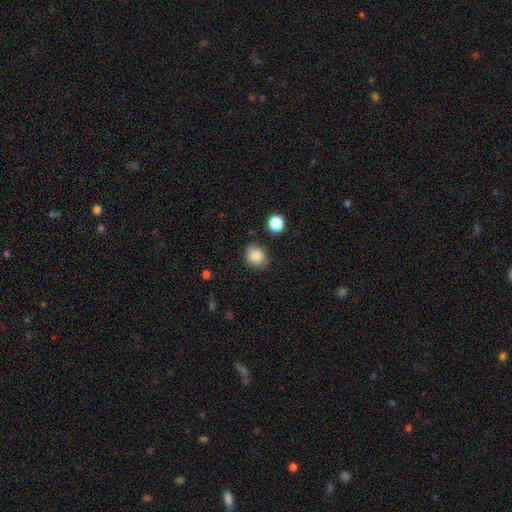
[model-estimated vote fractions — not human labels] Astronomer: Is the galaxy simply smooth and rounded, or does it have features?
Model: smooth — 87%.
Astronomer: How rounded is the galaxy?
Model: round — 64%.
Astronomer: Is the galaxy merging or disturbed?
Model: none — 81%.